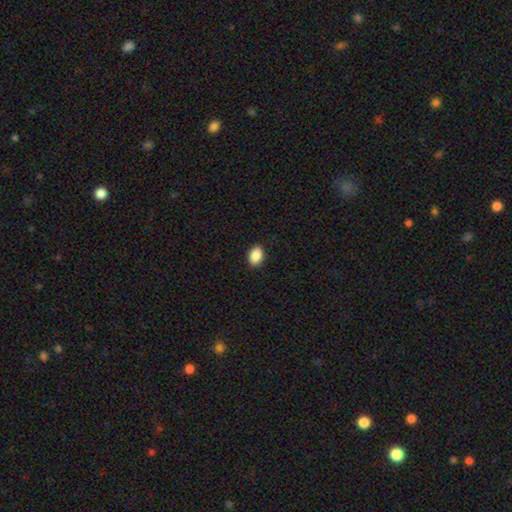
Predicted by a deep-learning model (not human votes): A smooth galaxy with no disk features (88%) that is in between round and cigar-shaped (82%). Merging: none (90%).